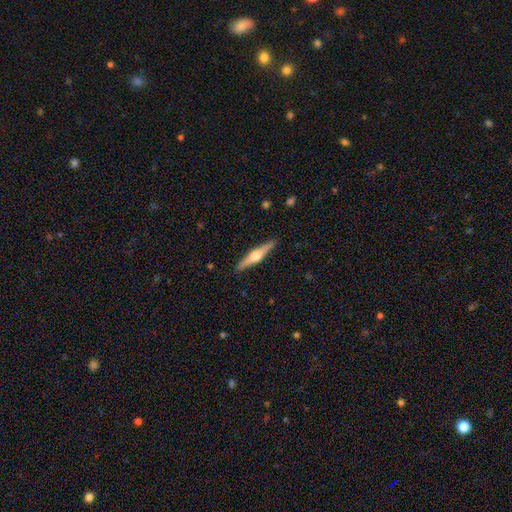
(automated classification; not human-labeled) smooth_or_featured: featured or disk (p=0.71) [alt: smooth p=0.24]
disk_edge_on: yes (p=0.98) [alt: no p=0.02]
edge_on_bulge: rounded (p=0.95) [alt: boxy p=0.03]
merging: none (p=0.92) [alt: minor disturbance p=0.06]